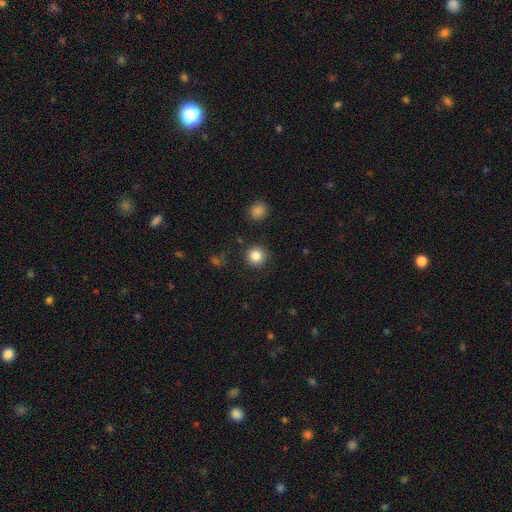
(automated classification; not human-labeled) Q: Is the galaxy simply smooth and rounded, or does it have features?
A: smooth — 85%.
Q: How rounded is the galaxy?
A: round — 94%.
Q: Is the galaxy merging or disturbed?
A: none — 89%.